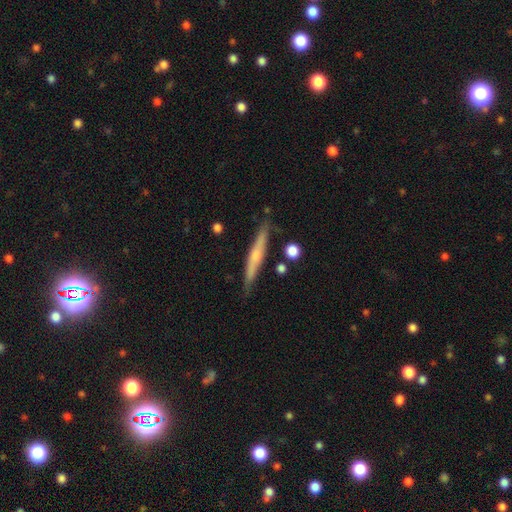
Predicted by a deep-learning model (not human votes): Smooth or featured? featured or disk (55%)
Edge-on disk? yes (94%)
Edge-on bulge? rounded (61%)
Merging? none (83%)